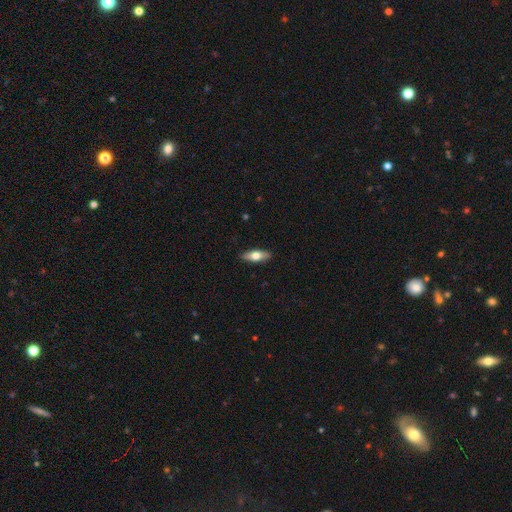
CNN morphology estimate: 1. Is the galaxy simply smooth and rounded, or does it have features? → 59% smooth, 35% featured or disk, 6% star or artifact.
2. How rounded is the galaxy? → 61% in between, 36% cigar-shaped, 3% round.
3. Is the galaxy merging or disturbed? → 90% none, 8% minor disturbance, 2% major disturbance, 1% merger.